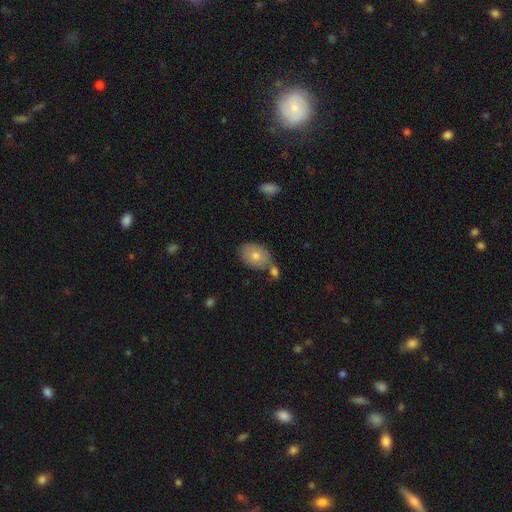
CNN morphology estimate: Overall: smooth (76%). How rounded: in between (77%). Merging: none (58%; merger 23%).